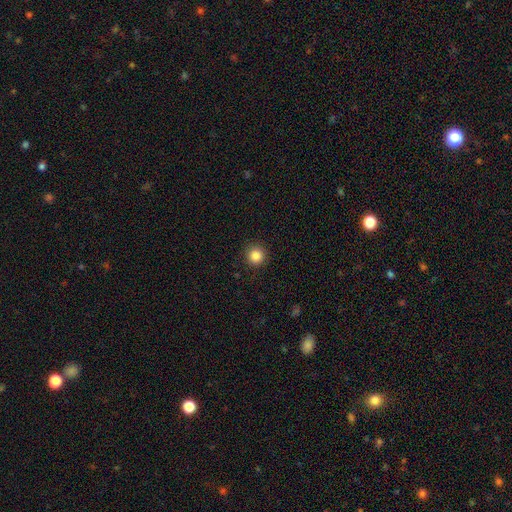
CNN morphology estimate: A smooth galaxy with no disk features (85%) that is round (96%). Merging: none (92%).